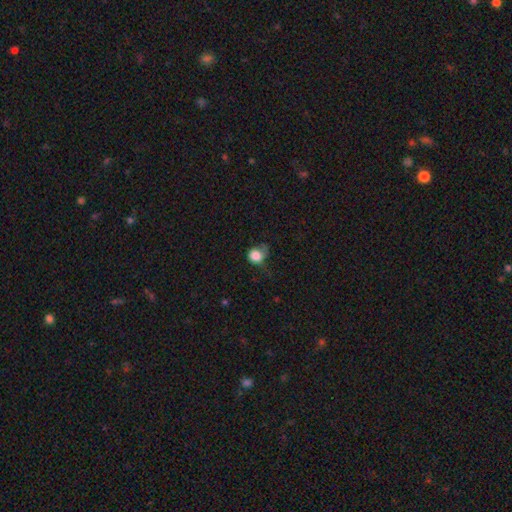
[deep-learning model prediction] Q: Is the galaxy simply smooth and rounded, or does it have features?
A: smooth — 83%.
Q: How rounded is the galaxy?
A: round — 78%.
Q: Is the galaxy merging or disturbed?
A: none — 38%.